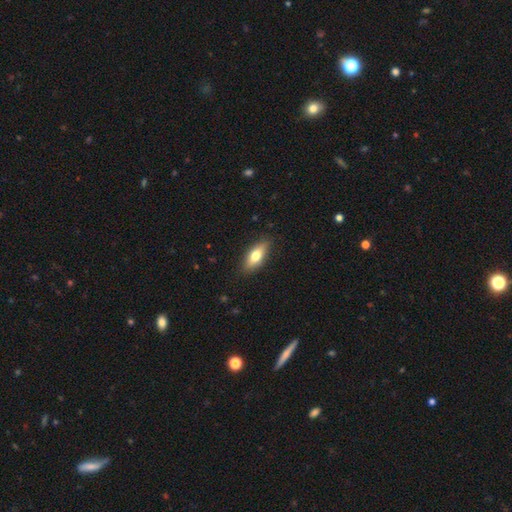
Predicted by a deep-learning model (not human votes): The model was most divided on "smooth or featured": smooth: 71%, featured or disk: 22%, star or artifact: 6%. More confident: merging — none (86%); how rounded — in between (75%).